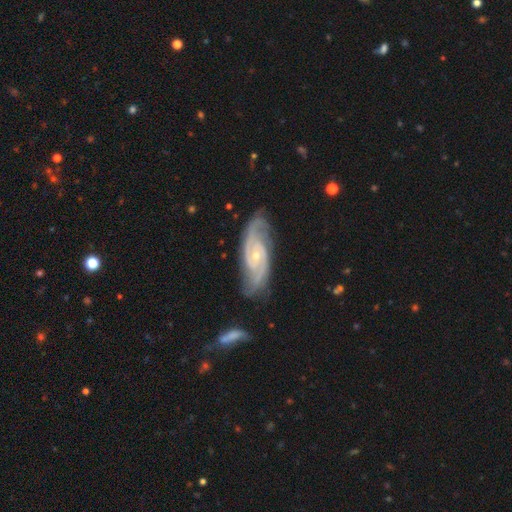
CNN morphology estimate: A featured or disk galaxy (89%) with no bar (62%), 2 (66%) tight (51%) spiral arms (98%) and a small central bulge (74%). Merging: none (75%).